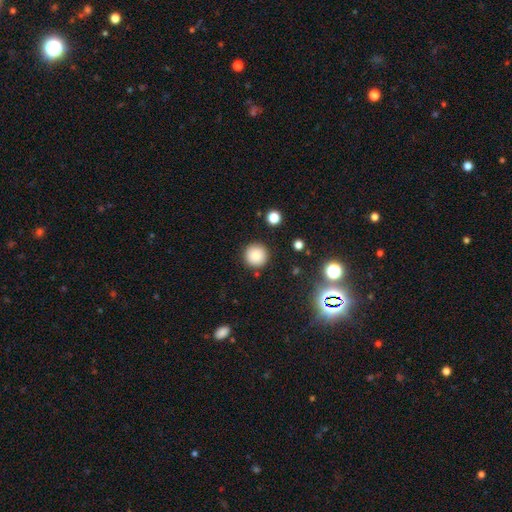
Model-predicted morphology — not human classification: This is clearly a smooth galaxy (83%). How rounded: clearly round (96%). Merging: clearly none (89%).